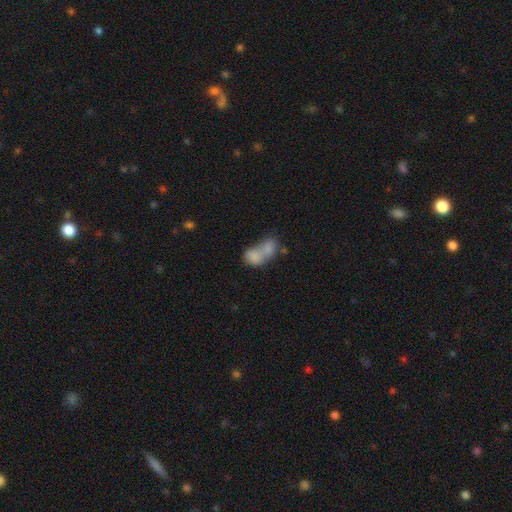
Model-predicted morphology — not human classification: smooth-or-featured: smooth: 74% | featured or disk: 17% | star or artifact: 9%
  how-rounded: in between: 75% | round: 22% | cigar-shaped: 3%
  merging: merger: 73% | none: 14% | minor disturbance: 7% | major disturbance: 6%